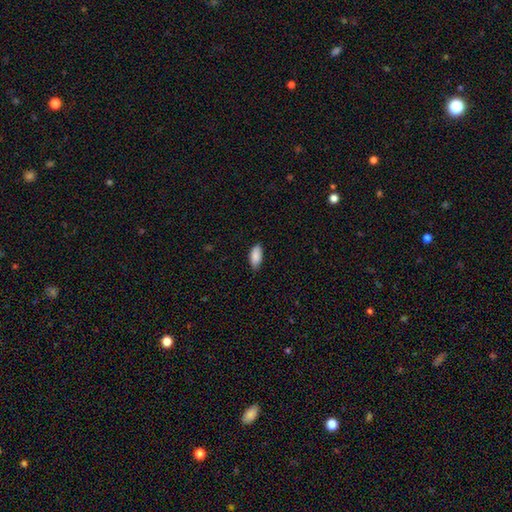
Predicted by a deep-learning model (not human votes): A smooth galaxy with no disk features (89%) that is in between round and cigar-shaped (89%). Merging: none (81%).